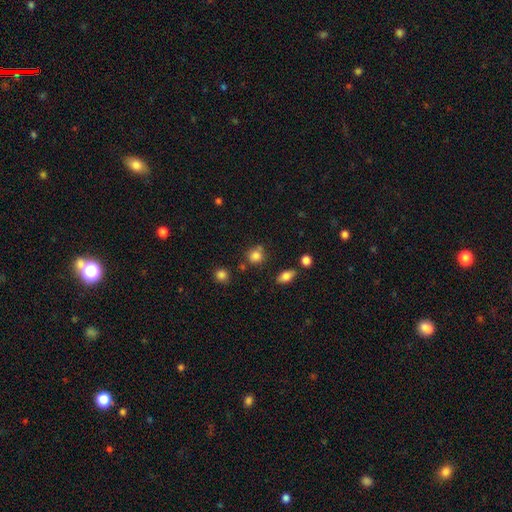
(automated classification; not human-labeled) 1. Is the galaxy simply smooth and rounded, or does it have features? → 82% smooth, 12% star or artifact, 6% featured or disk.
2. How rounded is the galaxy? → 79% round, 19% in between, 1% cigar-shaped.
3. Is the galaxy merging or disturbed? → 70% none, 15% minor disturbance, 10% merger, 4% major disturbance.